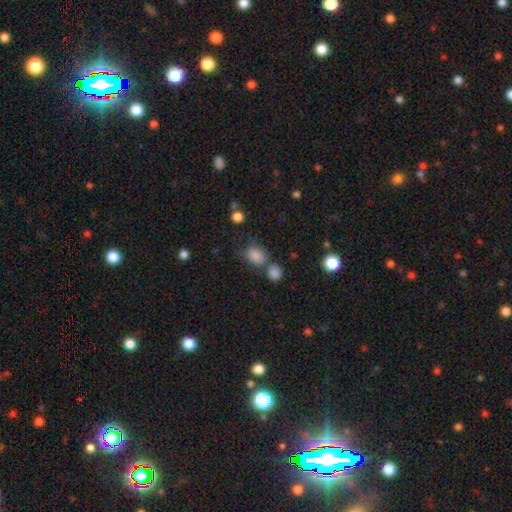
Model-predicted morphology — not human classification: type=smooth (80%); roundness=in between (55%); merging=none (54%).